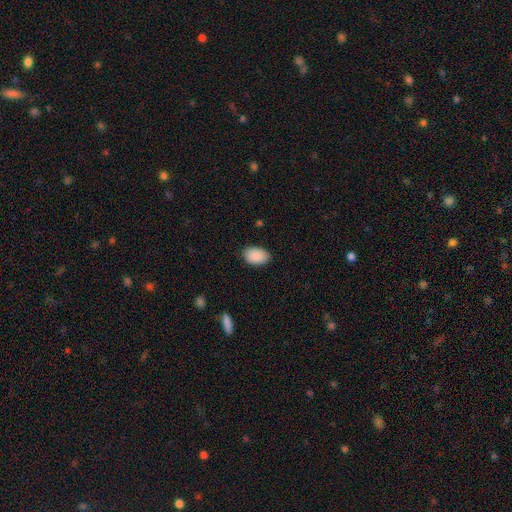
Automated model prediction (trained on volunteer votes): smooth 91%, star or artifact 7%, featured or disk 3%. Down the decision tree: how rounded — in between (90%); merging — none (86%).